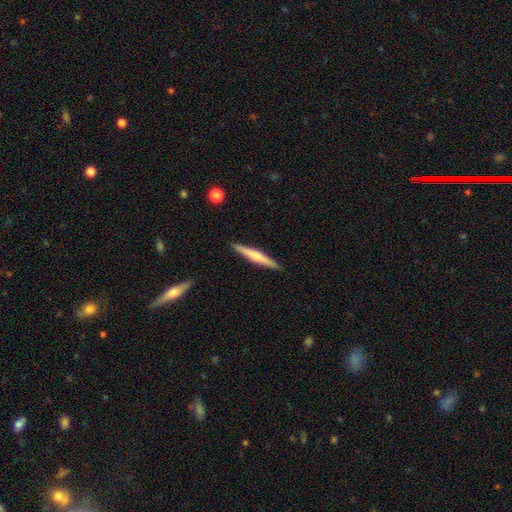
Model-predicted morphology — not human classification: Overall: smooth (49%; featured or disk 45%). Merging: none (92%).